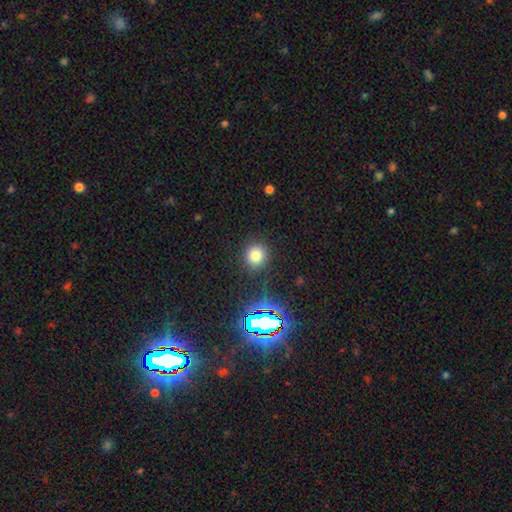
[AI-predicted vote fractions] A smooth galaxy with no disk features (73%) that is round (89%).

Vote fractions:
- Smooth or featured? smooth: 73% / star or artifact: 20% / featured or disk: 7%
- How rounded? round: 89% / in between: 10% / cigar-shaped: 1%
- Merging? none: 88% / minor disturbance: 7% / major disturbance: 3% / merger: 2%